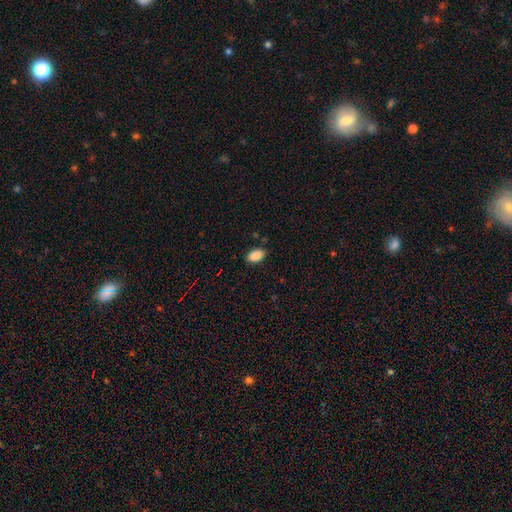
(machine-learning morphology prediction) smooth_or_featured: smooth (p=0.89) [alt: star or artifact p=0.08]
how_rounded: in between (p=0.93) [alt: round p=0.05]
merging: none (p=0.86) [alt: minor disturbance p=0.10]